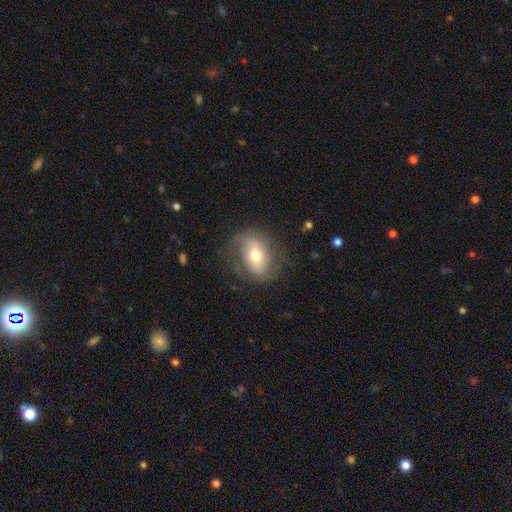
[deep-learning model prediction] Smooth or featured?
  - smooth: 54% *
  - featured or disk: 38%
  - star or artifact: 8%
How rounded?
  - in between: 74% *
  - round: 24%
  - cigar-shaped: 2%
Merging?
  - none: 70% *
  - minor disturbance: 18%
  - major disturbance: 10%
  - merger: 1%